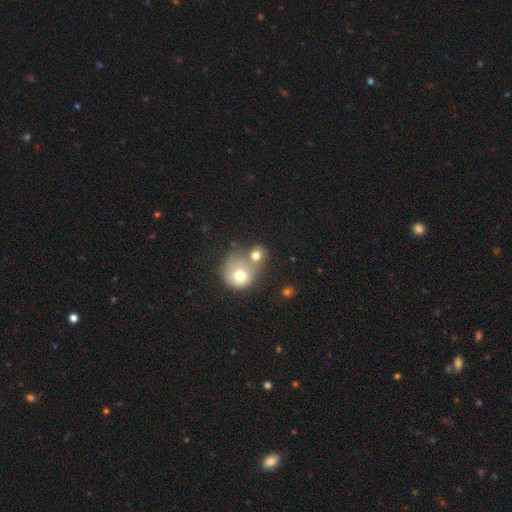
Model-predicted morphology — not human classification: smooth-or-featured: smooth: 73% | featured or disk: 16% | star or artifact: 11%
  how-rounded: round: 76% | in between: 23% | cigar-shaped: 1%
  merging: merger: 57% | none: 29% | minor disturbance: 8% | major disturbance: 6%